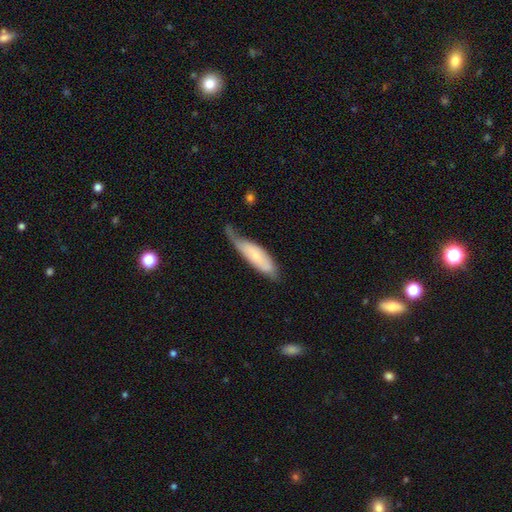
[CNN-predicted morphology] Q: Smooth or featured?
A: smooth (55%); runner-up: featured or disk (39%)
Q: How rounded?
A: cigar-shaped (52%); runner-up: in between (47%)
Q: Merging?
A: minor disturbance (39%); runner-up: none (35%)